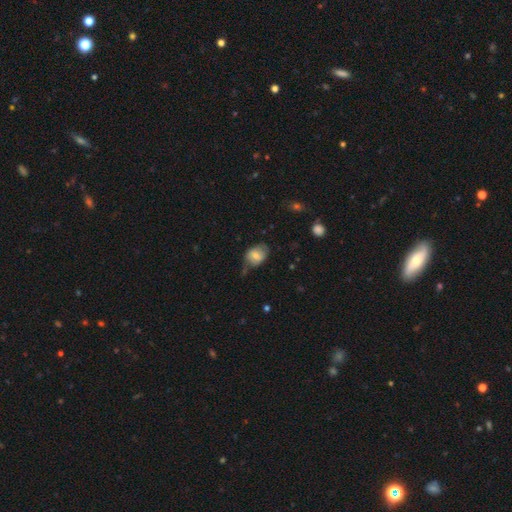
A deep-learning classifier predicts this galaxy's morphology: Smooth or featured: smooth — 68% (featured or disk — 24%)
How rounded: in between — 65% (round — 33%)
Merging: none — 52% (minor disturbance — 33%)